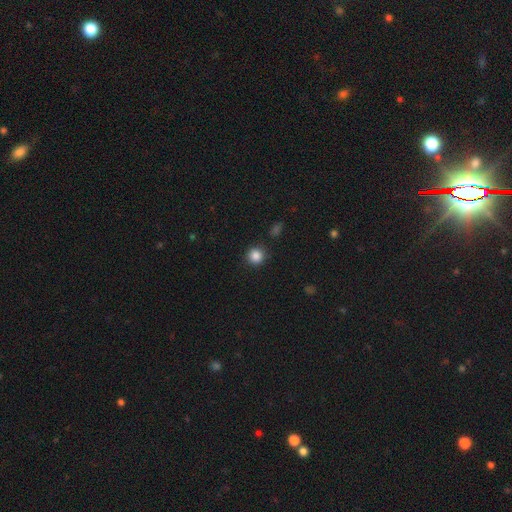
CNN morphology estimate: type=smooth (86%); roundness=round (93%); merging=none (89%).